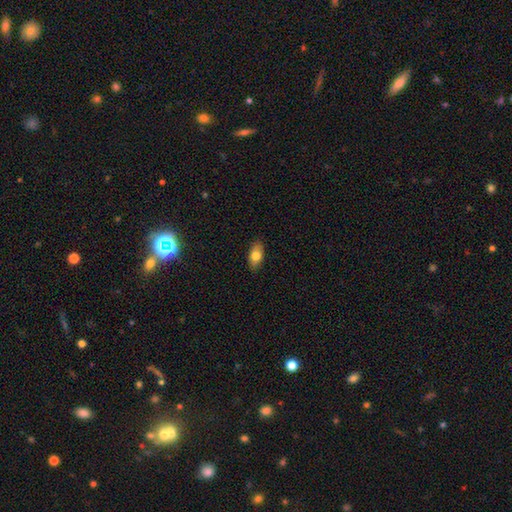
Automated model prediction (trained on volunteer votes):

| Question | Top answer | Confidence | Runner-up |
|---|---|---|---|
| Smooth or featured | smooth | 76% | featured or disk (16%) |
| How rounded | in between | 89% | round (6%) |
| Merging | none | 86% | minor disturbance (11%) |